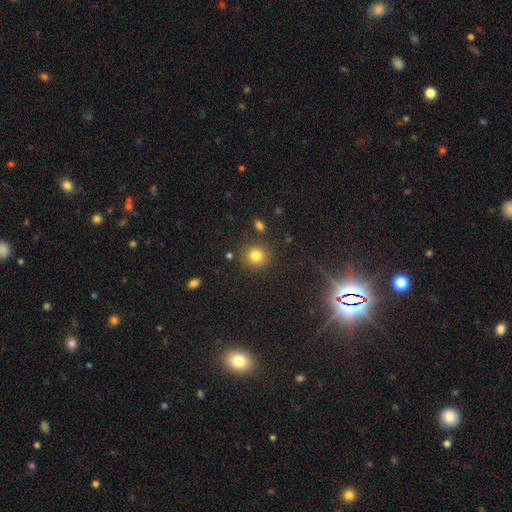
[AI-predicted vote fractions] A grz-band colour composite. It shows a smooth galaxy with no disk features (80%) that is round (88%). Merging: none (85%).